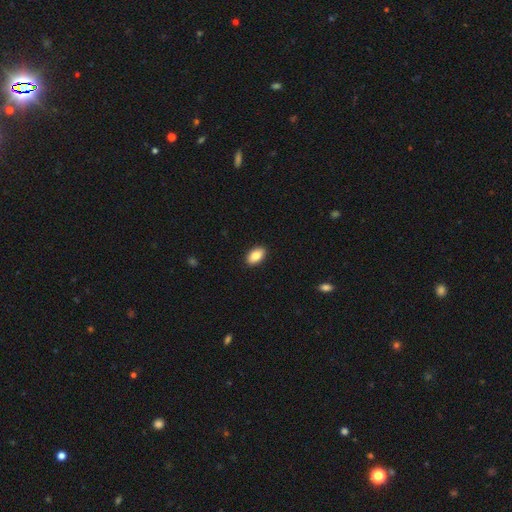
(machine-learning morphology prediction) A smooth galaxy with no disk features (86%) that is in between round and cigar-shaped (93%). Merging: none (91%).